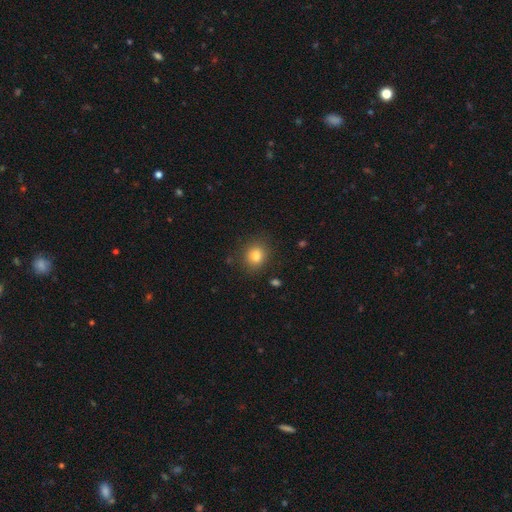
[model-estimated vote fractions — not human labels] Overall: smooth (83%). How rounded: round (72%). Merging: none (85%).